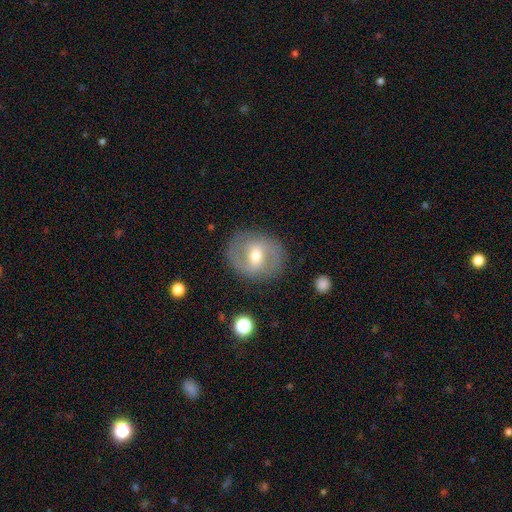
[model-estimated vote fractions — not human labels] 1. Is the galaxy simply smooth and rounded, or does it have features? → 68% featured or disk, 25% smooth, 7% star or artifact.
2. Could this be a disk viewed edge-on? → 96% no, 4% yes.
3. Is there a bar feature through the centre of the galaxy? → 50% weak, 28% strong, 22% no.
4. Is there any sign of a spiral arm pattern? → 73% yes, 27% no.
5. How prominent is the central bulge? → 71% moderate, 21% small, 6% large, 1% none, 1% dominant.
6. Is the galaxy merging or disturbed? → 84% none, 11% minor disturbance, 4% major disturbance, 1% merger.